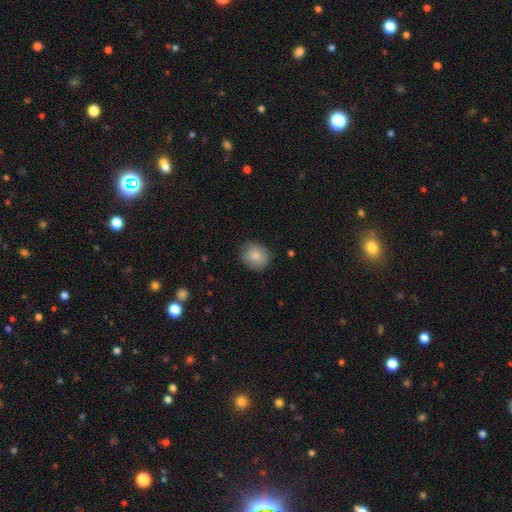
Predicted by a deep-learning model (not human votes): Smooth or featured: smooth — 82% (featured or disk — 11%)
How rounded: round — 77% (in between — 22%)
Merging: none — 83% (minor disturbance — 13%)